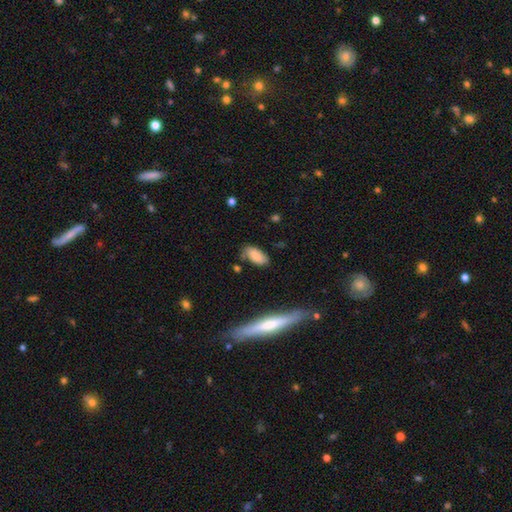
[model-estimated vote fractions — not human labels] smooth 82%, featured or disk 11%, star or artifact 7%. Down the decision tree: how rounded — in between (91%); merging — none (70%).